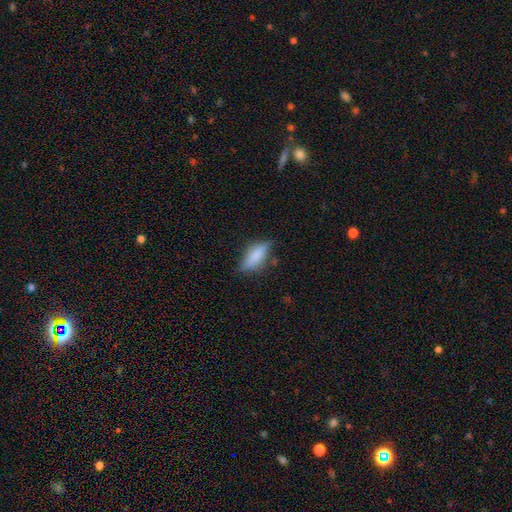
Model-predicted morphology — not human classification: smooth-or-featured: smooth: 78% | featured or disk: 15% | star or artifact: 7%
  how-rounded: in between: 70% | cigar-shaped: 27% | round: 2%
  merging: none: 63% | minor disturbance: 28% | major disturbance: 7% | merger: 3%